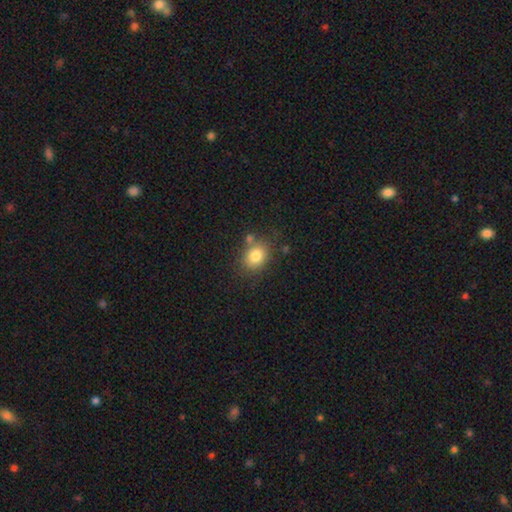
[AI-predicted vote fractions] This appears to be a smooth galaxy with no disk features (81%) that is round (55%). Merging: none (71%).